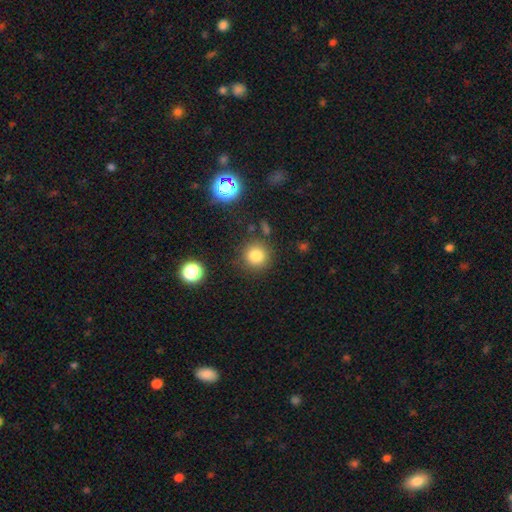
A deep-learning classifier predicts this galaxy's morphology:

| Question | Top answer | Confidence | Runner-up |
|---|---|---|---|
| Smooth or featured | smooth | 80% | star or artifact (14%) |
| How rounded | round | 94% | in between (5%) |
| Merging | none | 85% | minor disturbance (8%) |